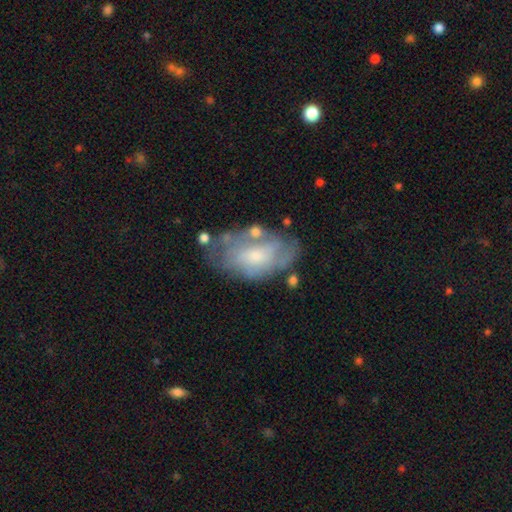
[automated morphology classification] Overall: featured or disk (55%; smooth 38%). Edge-on disk: no (94%). Bar: no (72%). Spiral arms: no (53%; yes 47%). Bulge size: moderate (45%; small 39%). Merging: none (54%; minor disturbance 25%).